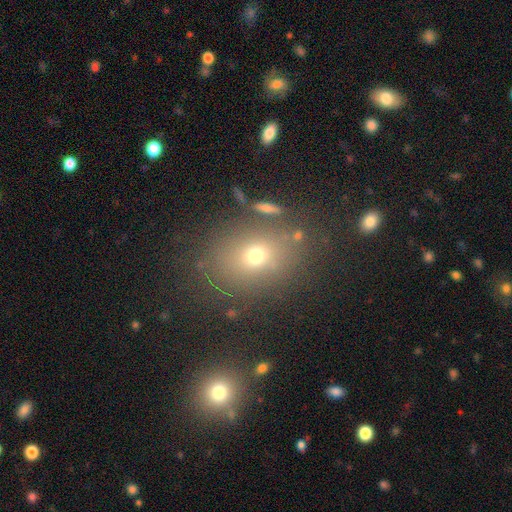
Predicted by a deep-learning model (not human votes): smooth 67%, star or artifact 19%, featured or disk 14%. Down the decision tree: how rounded — in between (52%); merging — none (79%).